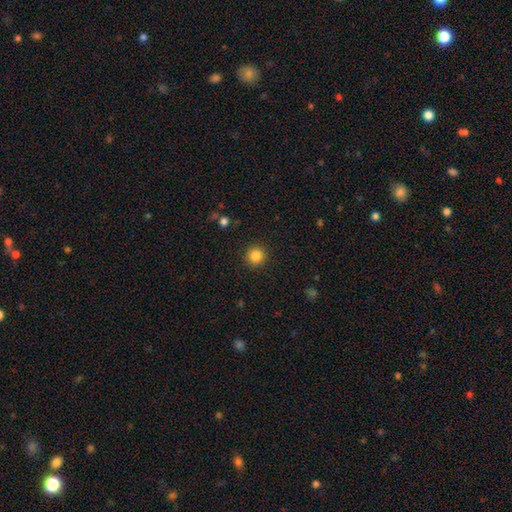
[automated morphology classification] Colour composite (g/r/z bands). It shows a smooth galaxy with no disk features (85%) that is round (93%). Merging: none (92%).